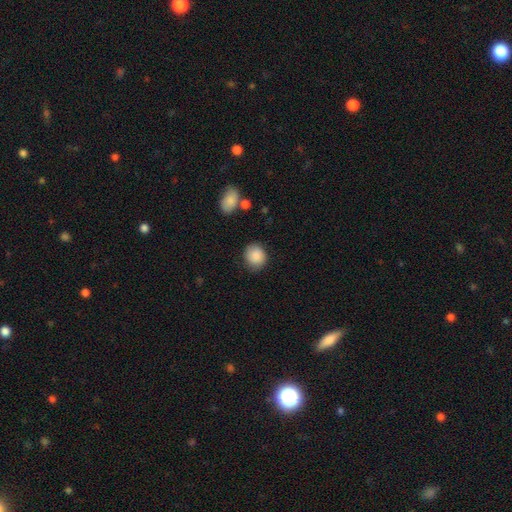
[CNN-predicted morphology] The model was most divided on "how rounded": round: 79%, in between: 20%, cigar-shaped: 1%. More confident: smooth or featured — smooth (88%); merging — none (81%).